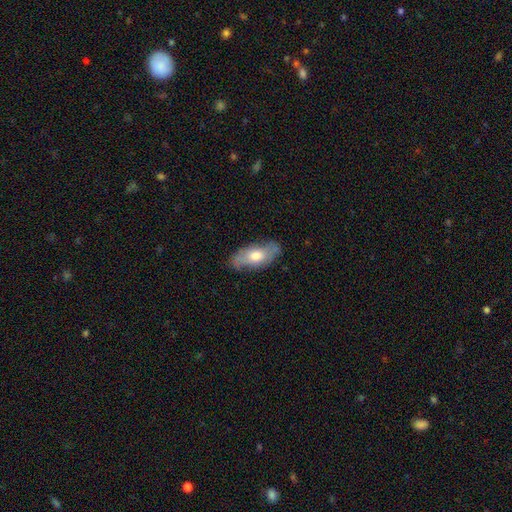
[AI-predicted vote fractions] smooth 61%, featured or disk 33%, star or artifact 6%. Down the decision tree: how rounded — in between (84%); merging — none (73%).